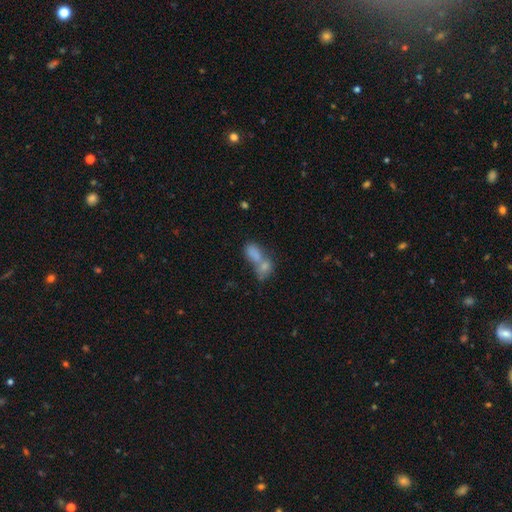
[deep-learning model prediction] smooth 75%, featured or disk 15%, star or artifact 11%. Down the decision tree: how rounded — in between (80%); merging — merger (71%).